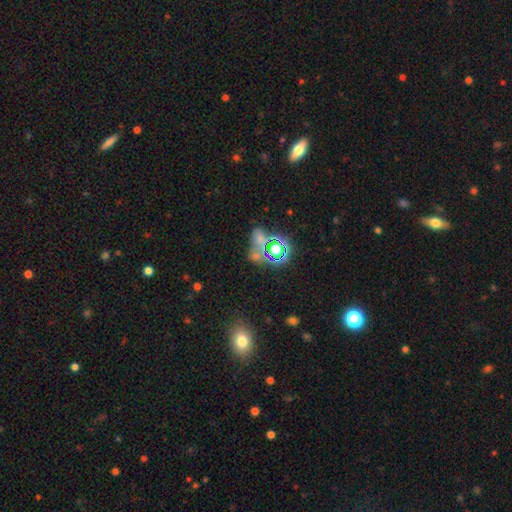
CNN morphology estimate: smooth-or-featured: star or artifact: 58% | smooth: 32% | featured or disk: 10%